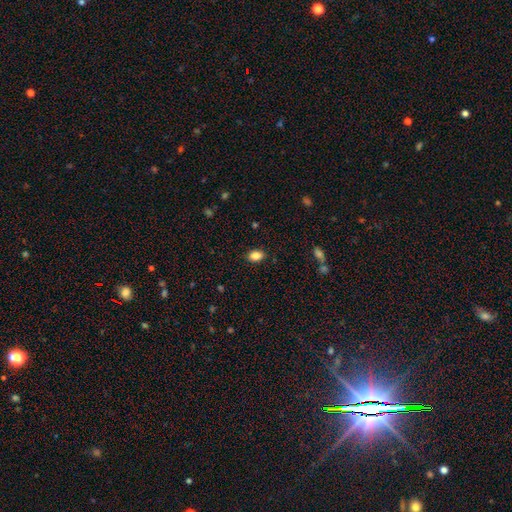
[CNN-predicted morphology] Smooth or featured? smooth (86%)
How rounded? in between (86%)
Merging? none (88%)